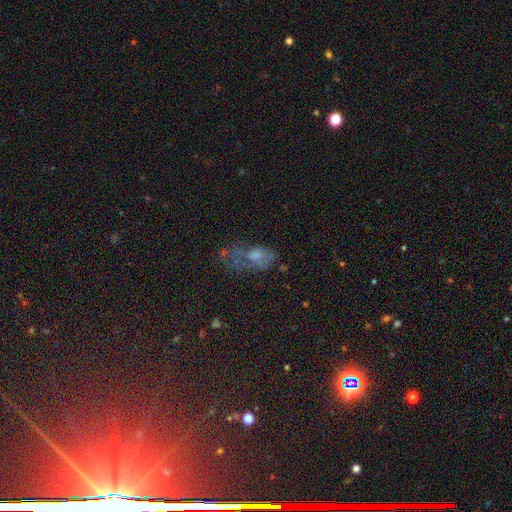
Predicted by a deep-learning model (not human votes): Smooth or featured: smooth — 43% (featured or disk — 33%)
Merging: major disturbance — 40% (none — 31%)